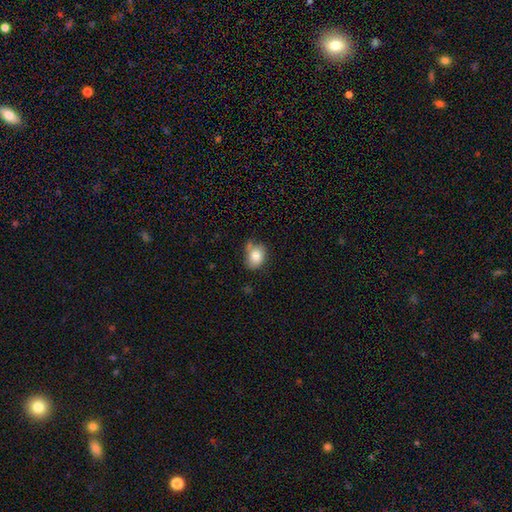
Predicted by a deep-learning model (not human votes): Q: Smooth or featured?
A: smooth (80%); runner-up: featured or disk (11%)
Q: How rounded?
A: in between (59%); runner-up: round (40%)
Q: Merging?
A: none (52%); runner-up: minor disturbance (29%)